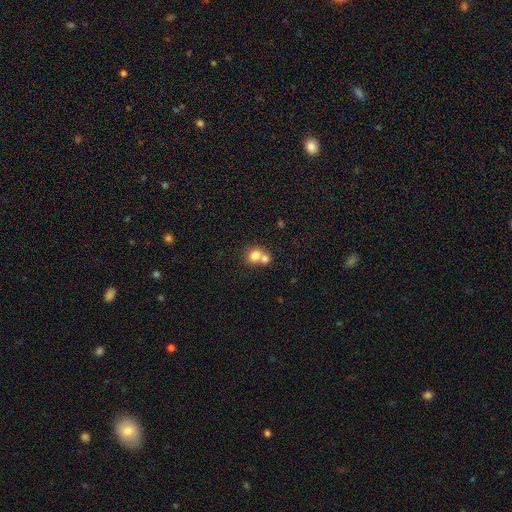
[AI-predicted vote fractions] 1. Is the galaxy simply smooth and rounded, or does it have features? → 76% smooth, 14% featured or disk, 10% star or artifact.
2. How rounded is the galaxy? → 69% round, 30% in between, 1% cigar-shaped.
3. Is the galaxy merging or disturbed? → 59% merger, 32% none, 6% minor disturbance, 3% major disturbance.